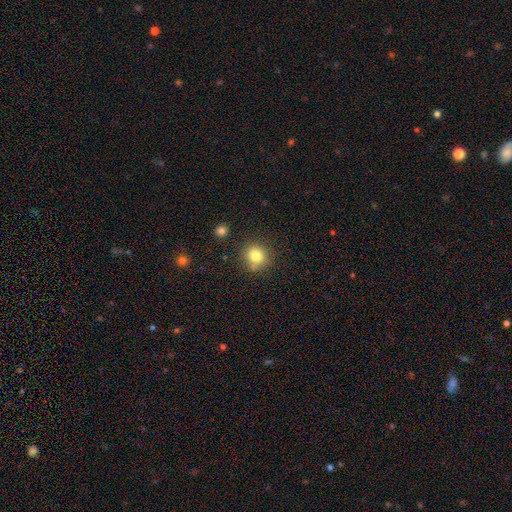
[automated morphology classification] This is clearly a smooth galaxy (80%). How rounded: clearly round (89%). Merging: likely none (78%).